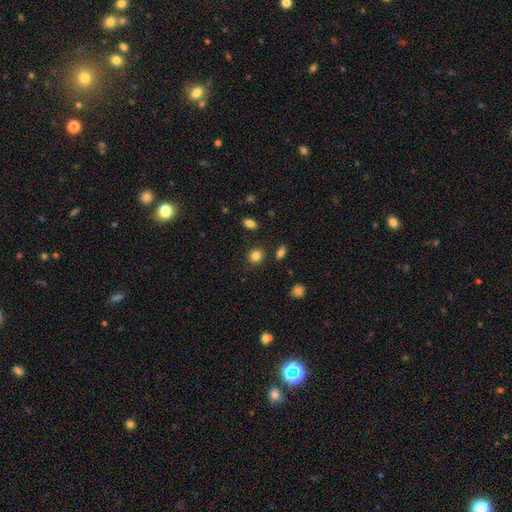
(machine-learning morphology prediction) This appears to be a smooth galaxy with no disk features (84%) that is round (82%). Merging: none (85%).